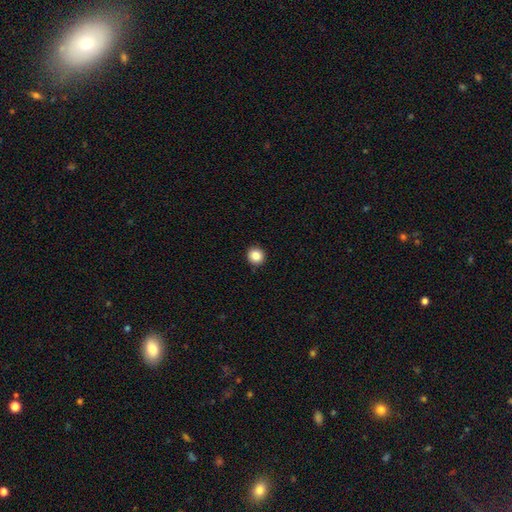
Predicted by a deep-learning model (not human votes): smooth_or_featured: smooth (p=0.86) [alt: star or artifact p=0.10]
how_rounded: round (p=0.93) [alt: in between p=0.06]
merging: none (p=0.92) [alt: minor disturbance p=0.05]